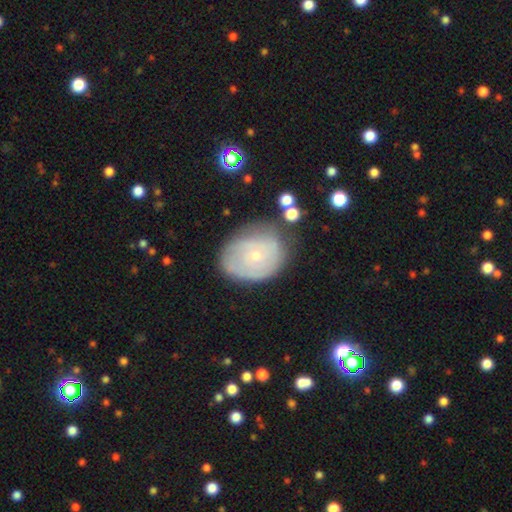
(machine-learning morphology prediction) The model was most divided on "spiral arms": yes: 56%, no: 44%. More confident: edge-on disk — no (96%); bar — no (87%); bulge size — small (78%); merging — none (64%); smooth or featured — featured or disk (55%).